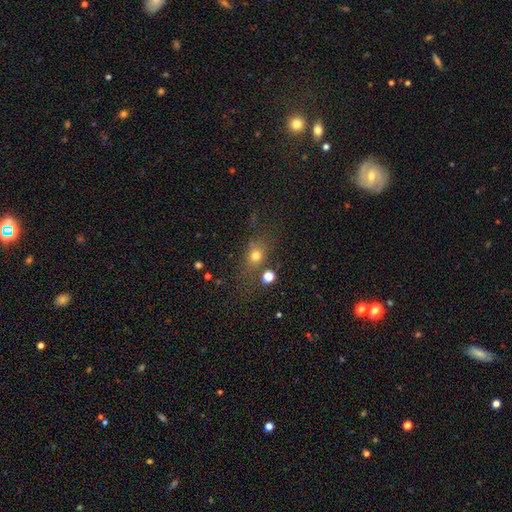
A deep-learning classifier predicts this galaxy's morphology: This is likely a smooth galaxy (67%). How rounded: possibly round (51%). Merging: likely none (62%).